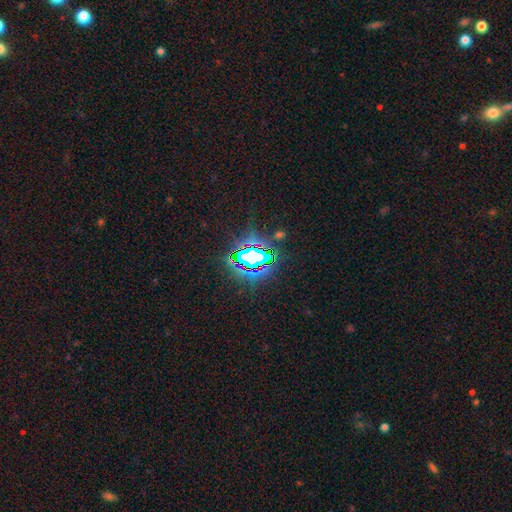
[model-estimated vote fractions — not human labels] A star or artifact, not a galaxy (75%).